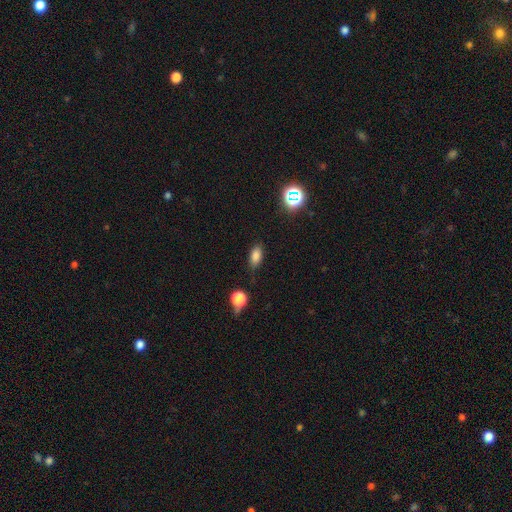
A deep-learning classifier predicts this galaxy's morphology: Q: Smooth or featured?
A: smooth (81%); runner-up: star or artifact (13%)
Q: How rounded?
A: in between (87%); runner-up: round (7%)
Q: Merging?
A: none (81%); runner-up: minor disturbance (14%)